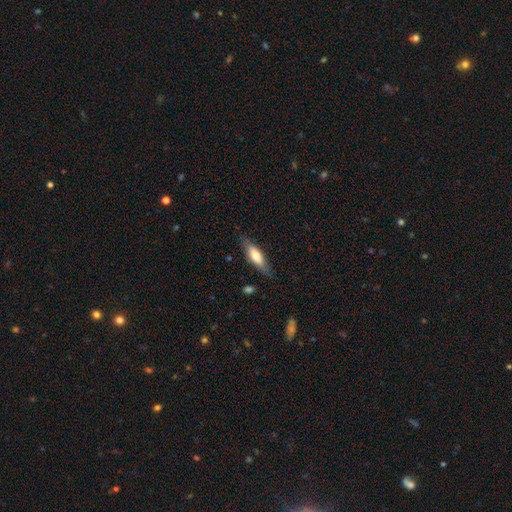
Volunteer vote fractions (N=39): smooth_or_featured: smooth (p=0.49) [tied with: featured or disk p=0.49]
how_rounded: cigar-shaped (p=0.53) [alt: in between p=0.42]
merging: none (p=0.89) [alt: minor disturbance p=0.05]